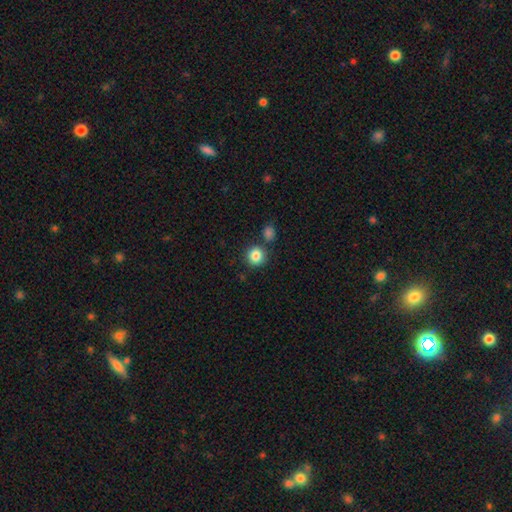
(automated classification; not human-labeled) Morphology: type=smooth (85%); roundness=round (91%); merging=none (80%).